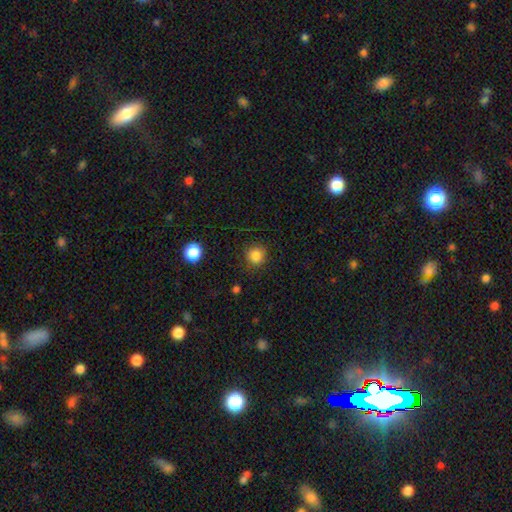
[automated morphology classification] Smooth or featured? smooth (84%)
How rounded? round (93%)
Merging? none (87%)